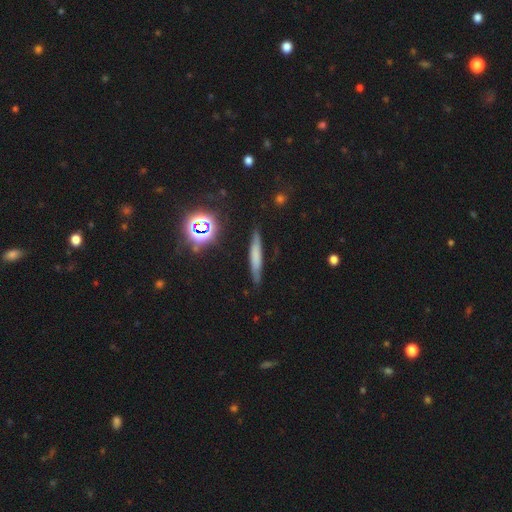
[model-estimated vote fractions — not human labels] The model was most divided on "smooth or featured": smooth: 56%, featured or disk: 30%, star or artifact: 14%. More confident: how rounded — cigar-shaped (89%); merging — none (84%).